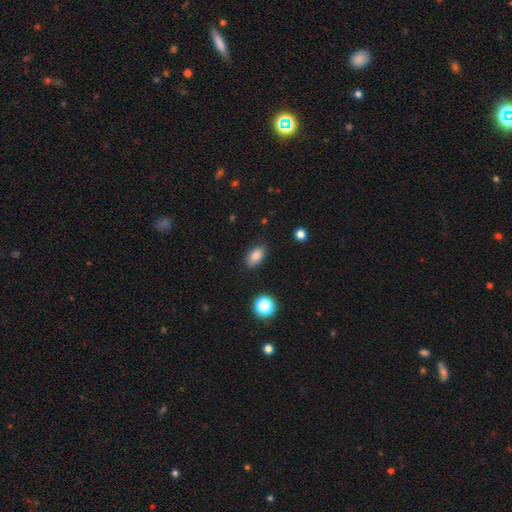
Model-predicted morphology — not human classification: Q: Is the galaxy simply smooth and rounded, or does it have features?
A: smooth — 84%.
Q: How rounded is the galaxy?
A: in between — 89%.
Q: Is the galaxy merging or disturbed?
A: none — 85%.